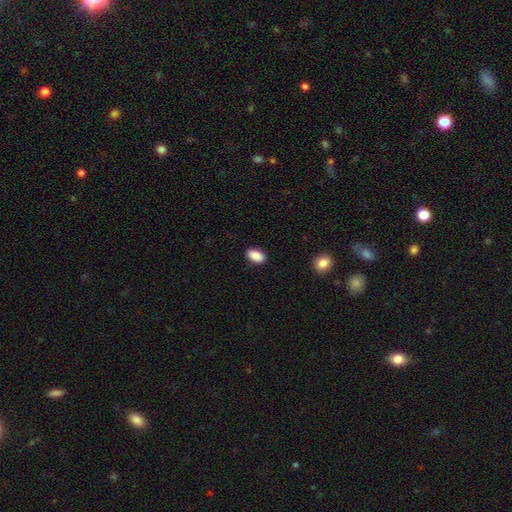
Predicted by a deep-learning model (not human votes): The model was most divided on "merging": none: 88%, minor disturbance: 9%, major disturbance: 2%, merger: 1%. More confident: how rounded — in between (92%); smooth or featured — smooth (89%).